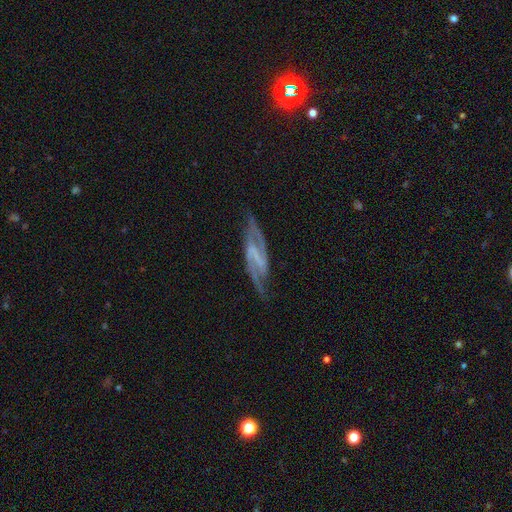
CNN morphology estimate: Q: Smooth or featured?
A: featured or disk (86%); runner-up: smooth (8%)
Q: Edge-on disk?
A: no (89%); runner-up: yes (11%)
Q: Bar?
A: strong (54%); runner-up: weak (33%)
Q: Spiral arms?
A: yes (95%); runner-up: no (5%)
Q: Spiral winding?
A: medium (49%); runner-up: loose (32%)
Q: Spiral arm count?
A: 2 (91%); runner-up: can't tell (4%)
Q: Bulge size?
A: none (51%); runner-up: small (35%)
Q: Merging?
A: none (74%); runner-up: minor disturbance (17%)